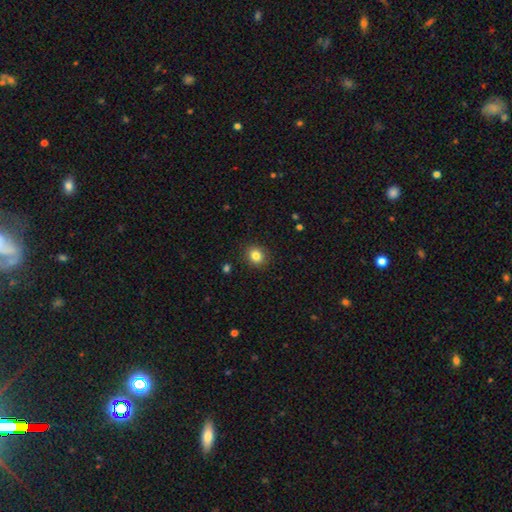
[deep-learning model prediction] Smooth or featured? smooth (83%)
How rounded? round (73%)
Merging? none (90%)